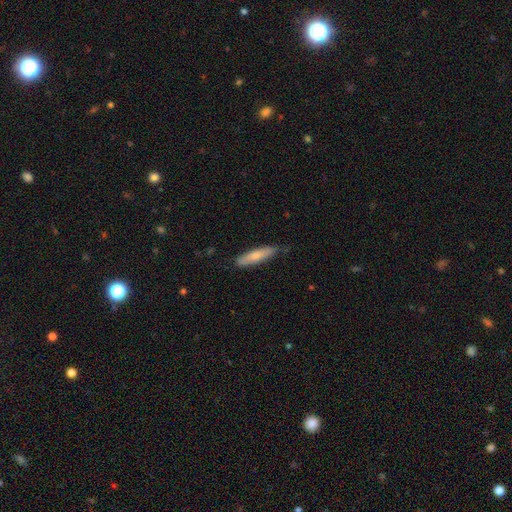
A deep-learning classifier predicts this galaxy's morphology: A smooth galaxy with no disk features (70%) that is cigar-shaped (78%).

Vote fractions:
- Smooth or featured? smooth: 70% / featured or disk: 24% / star or artifact: 6%
- How rounded? cigar-shaped: 78% / in between: 21% / round: 2%
- Merging? none: 79% / minor disturbance: 17% / major disturbance: 2% / merger: 1%